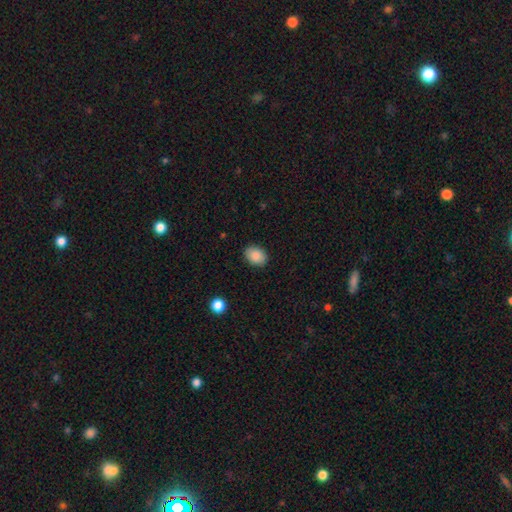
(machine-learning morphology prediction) smooth-or-featured: smooth: 88% | star or artifact: 8% | featured or disk: 4%
  how-rounded: in between: 66% | round: 33% | cigar-shaped: 1%
  merging: none: 89% | minor disturbance: 8% | major disturbance: 2% | merger: 1%